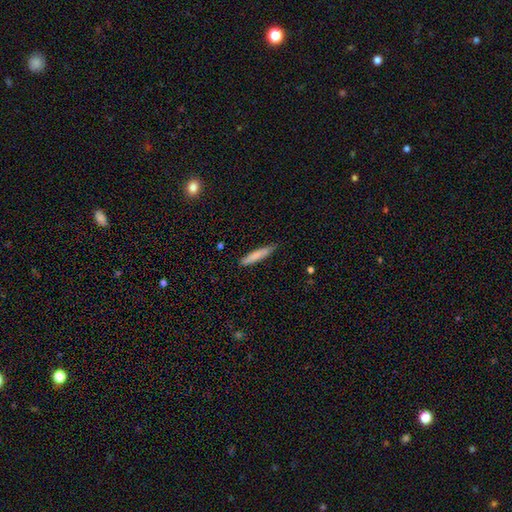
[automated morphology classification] Smooth or featured?
  - smooth: 76% *
  - featured or disk: 18%
  - star or artifact: 6%
How rounded?
  - cigar-shaped: 90% *
  - in between: 9%
  - round: 1%
Merging?
  - none: 82% *
  - minor disturbance: 14%
  - major disturbance: 2%
  - merger: 1%